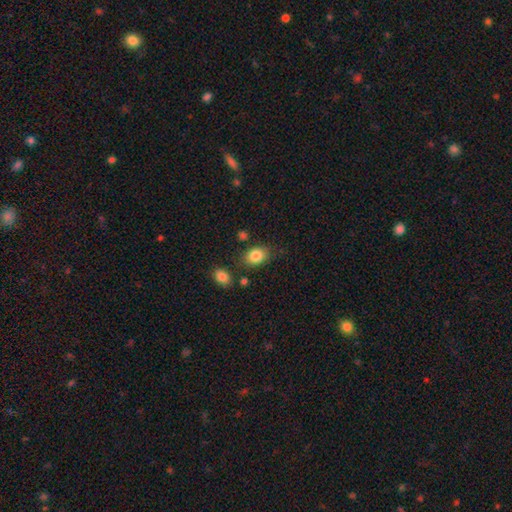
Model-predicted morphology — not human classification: smooth_or_featured: smooth (p=0.85) [alt: star or artifact p=0.09]
how_rounded: in between (p=0.68) [alt: round p=0.31]
merging: none (p=0.78) [alt: minor disturbance p=0.14]